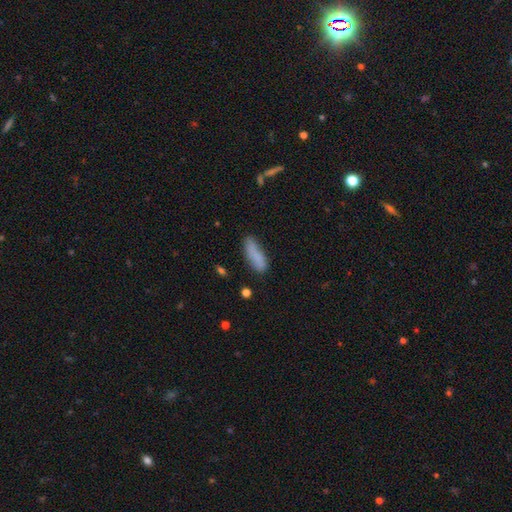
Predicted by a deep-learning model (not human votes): Smooth or featured? smooth (82%)
How rounded? cigar-shaped (51%)
Merging? none (72%)